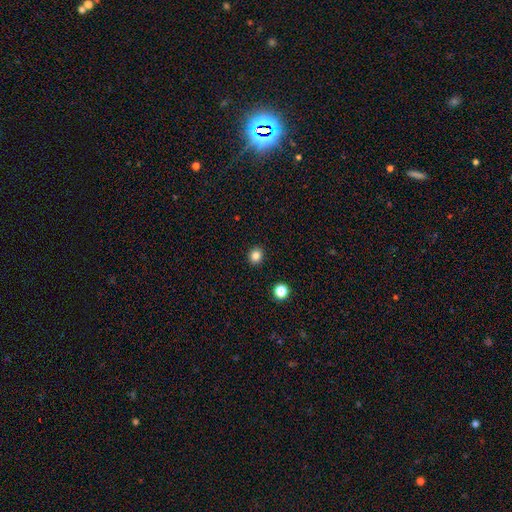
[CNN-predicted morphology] type=smooth (83%); roundness=round (80%); merging=none (92%).